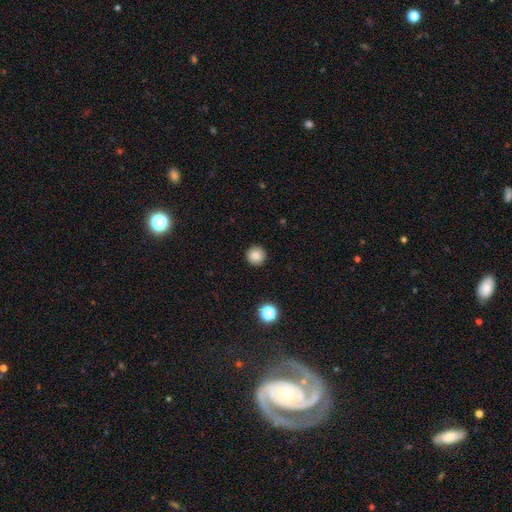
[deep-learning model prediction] Overall: smooth (86%). How rounded: round (95%). Merging: none (92%).